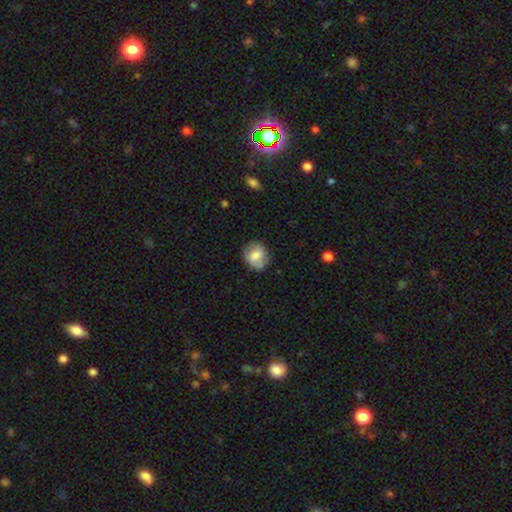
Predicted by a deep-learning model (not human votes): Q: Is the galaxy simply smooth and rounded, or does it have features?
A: smooth — 66%.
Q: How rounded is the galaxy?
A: round — 69%.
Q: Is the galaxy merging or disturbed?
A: none — 74%.